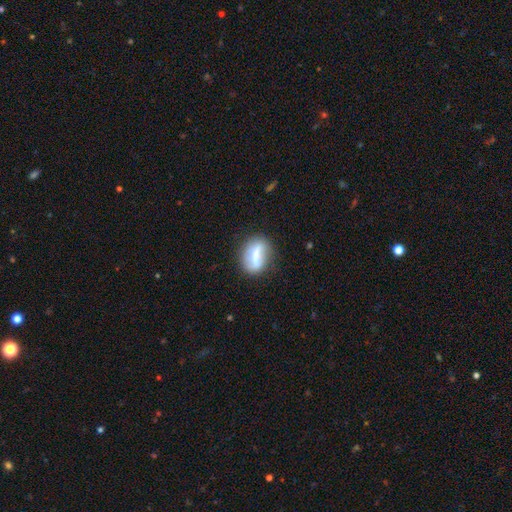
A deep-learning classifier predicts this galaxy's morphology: Smooth or featured? smooth (47%)
Merging? none (73%)